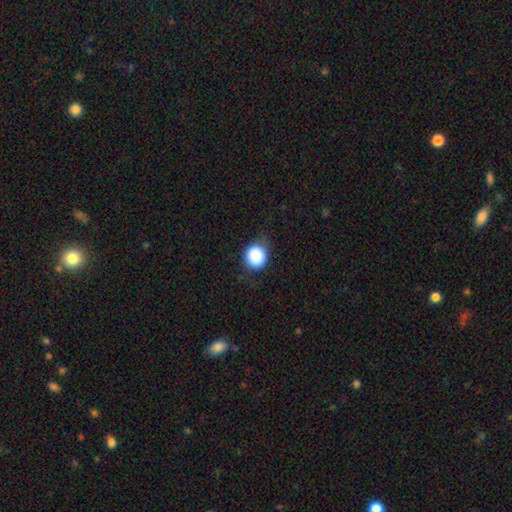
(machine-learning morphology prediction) A smooth galaxy with no disk features (87%) that is round (85%).

Vote fractions:
- Smooth or featured? smooth: 87% / star or artifact: 8% / featured or disk: 5%
- How rounded? round: 85% / in between: 14% / cigar-shaped: 1%
- Merging? none: 79% / minor disturbance: 15% / major disturbance: 5% / merger: 1%